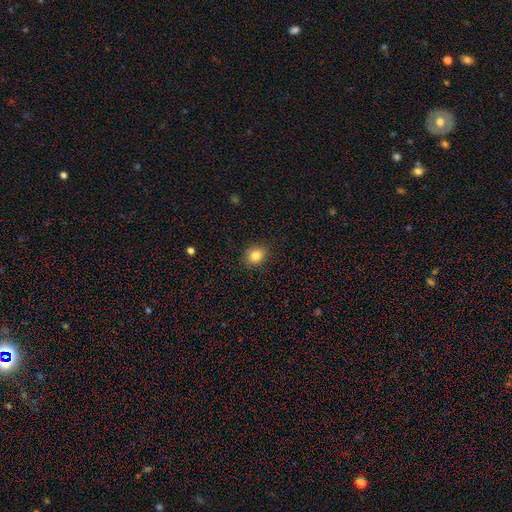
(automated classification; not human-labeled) Smooth or featured? smooth (84%)
How rounded? round (69%)
Merging? none (88%)